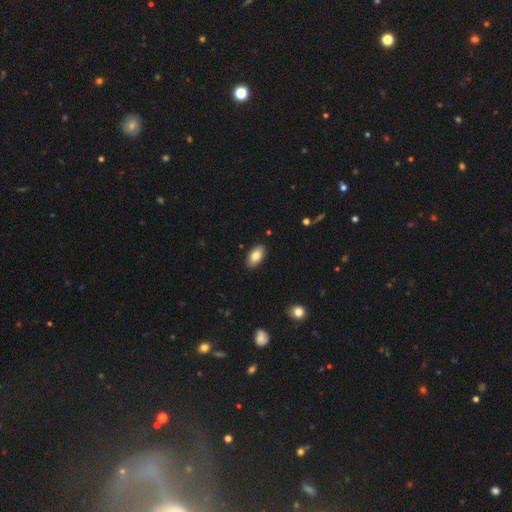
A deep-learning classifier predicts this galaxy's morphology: Smooth or featured? Predicted: smooth (p=0.83). How rounded? Predicted: in between (p=0.93). Merging? Predicted: none (p=0.88).